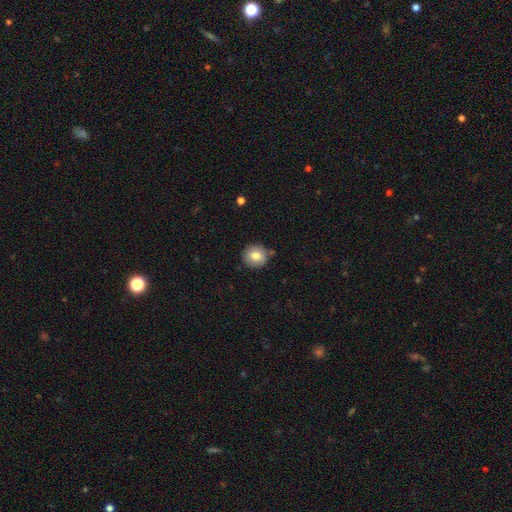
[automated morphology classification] Q: Smooth or featured?
A: smooth (81%); runner-up: featured or disk (10%)
Q: How rounded?
A: round (90%); runner-up: in between (9%)
Q: Merging?
A: none (83%); runner-up: minor disturbance (11%)